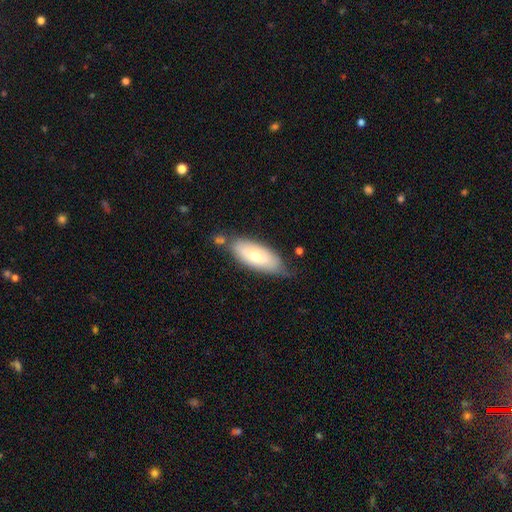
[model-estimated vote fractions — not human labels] smooth_or_featured: smooth (p=0.66) [alt: featured or disk p=0.28]
how_rounded: in between (p=0.79) [alt: cigar-shaped p=0.19]
merging: none (p=0.61) [alt: minor disturbance p=0.26]